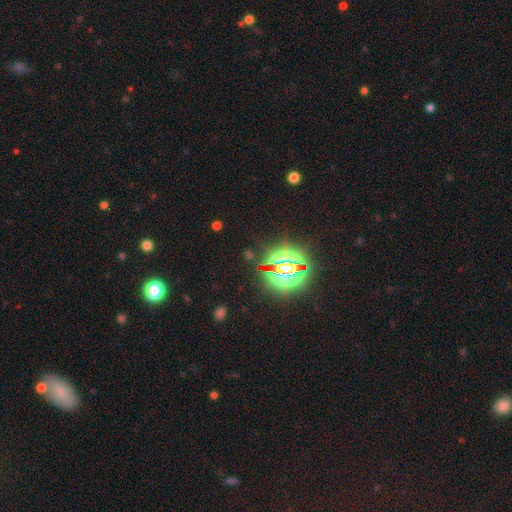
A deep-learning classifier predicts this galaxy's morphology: smooth_or_featured: star or artifact (p=0.81) [alt: smooth p=0.11]